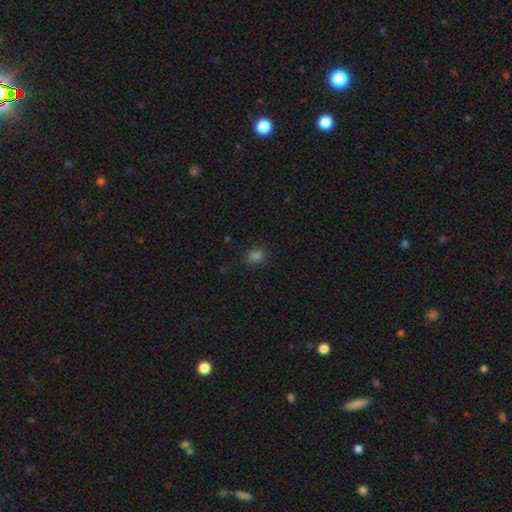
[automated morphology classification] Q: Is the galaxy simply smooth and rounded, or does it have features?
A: smooth — 79%.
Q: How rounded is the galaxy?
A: round — 54%.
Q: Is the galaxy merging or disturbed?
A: none — 86%.